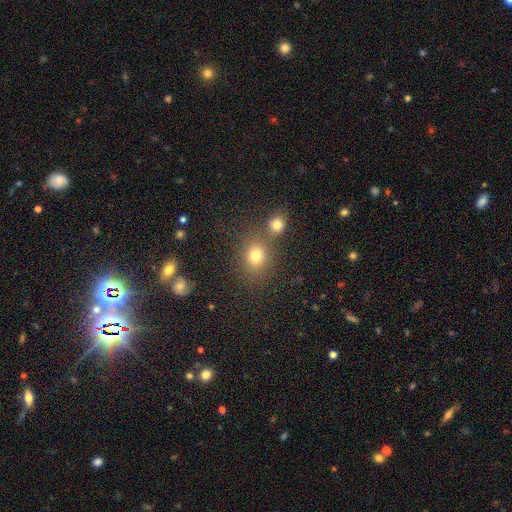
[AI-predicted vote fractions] smooth_or_featured: smooth (p=0.75) [alt: star or artifact p=0.16]
how_rounded: round (p=0.66) [alt: in between p=0.33]
merging: none (p=0.62) [alt: merger p=0.23]